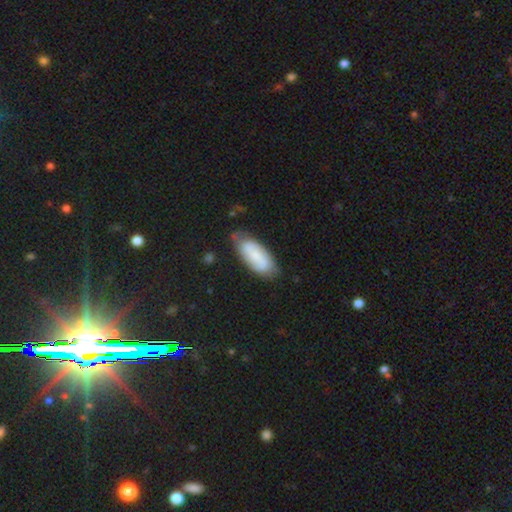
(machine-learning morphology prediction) Smooth or featured?
  - smooth: 51% *
  - featured or disk: 43%
  - star or artifact: 7%
How rounded?
  - in between: 81% *
  - cigar-shaped: 17%
  - round: 2%
Merging?
  - none: 68% *
  - minor disturbance: 24%
  - major disturbance: 6%
  - merger: 2%